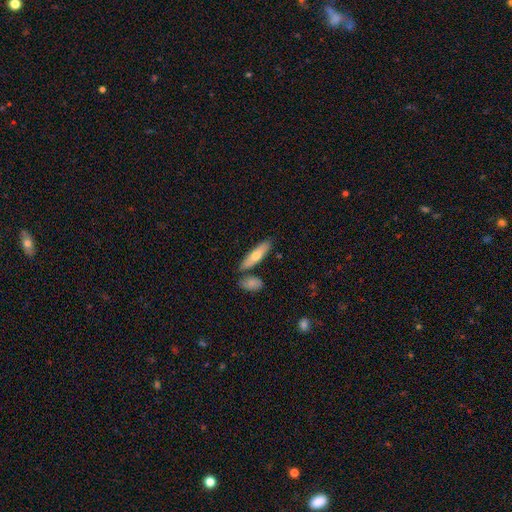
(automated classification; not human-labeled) Morphology: type=smooth (61%); roundness=cigar-shaped (67%); merging=none (75%).